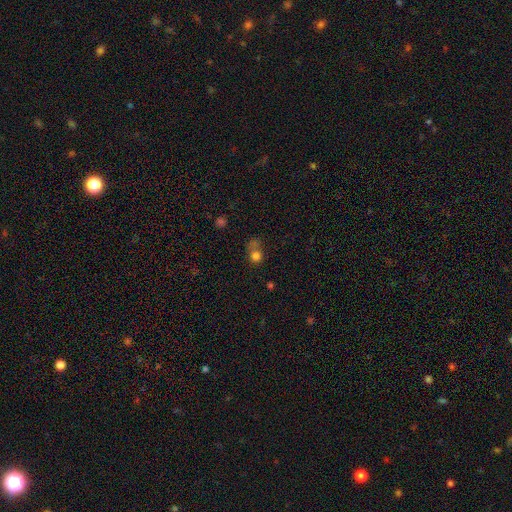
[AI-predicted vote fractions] Morphology: type=smooth (75%); roundness=round (81%); merging=none (44%).